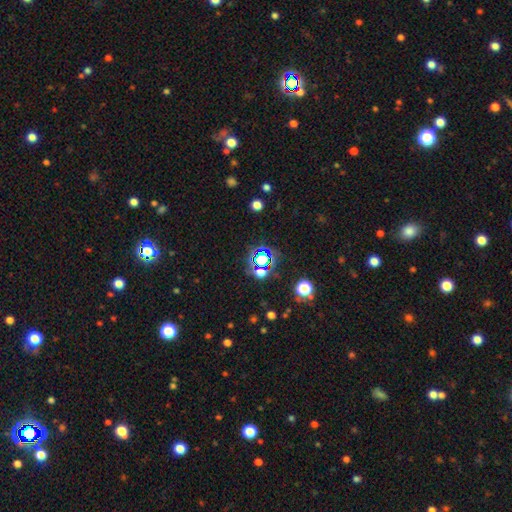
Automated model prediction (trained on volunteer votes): smooth_or_featured: star or artifact (p=0.74) [alt: smooth p=0.18]